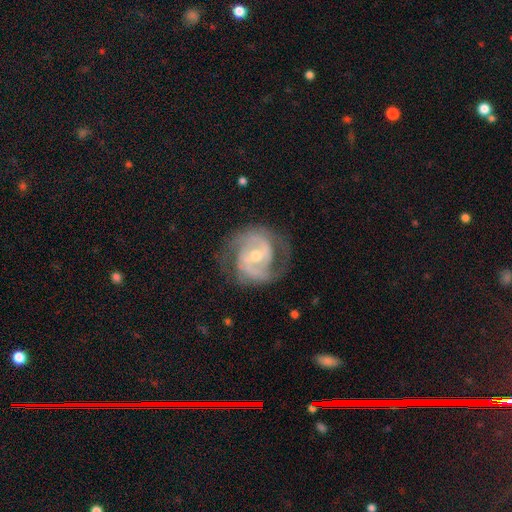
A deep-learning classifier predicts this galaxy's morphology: Q: Smooth or featured?
A: featured or disk (87%); runner-up: smooth (8%)
Q: Edge-on disk?
A: no (97%); runner-up: yes (3%)
Q: Bar?
A: weak (42%); runner-up: no (41%)
Q: Spiral arms?
A: yes (95%); runner-up: no (5%)
Q: Spiral winding?
A: medium (45%); runner-up: tight (44%)
Q: Spiral arm count?
A: 2 (78%); runner-up: can't tell (10%)
Q: Bulge size?
A: moderate (56%); runner-up: small (40%)
Q: Merging?
A: none (72%); runner-up: minor disturbance (17%)